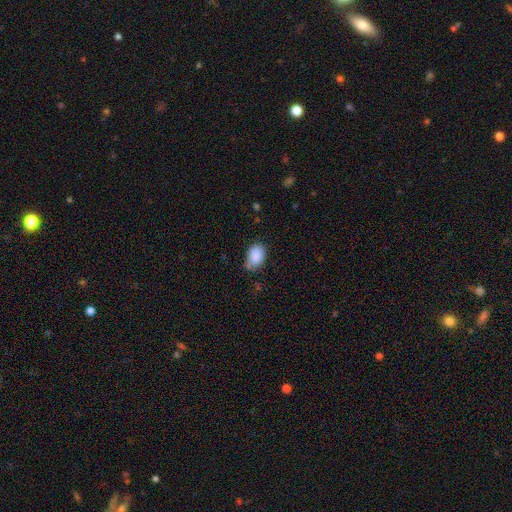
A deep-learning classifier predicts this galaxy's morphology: smooth-or-featured: smooth: 88% | star or artifact: 8% | featured or disk: 4%
  how-rounded: in between: 79% | round: 20% | cigar-shaped: 1%
  merging: none: 61% | minor disturbance: 30% | major disturbance: 6% | merger: 3%